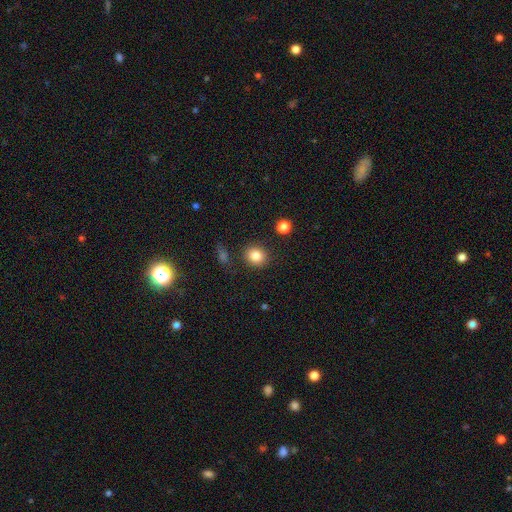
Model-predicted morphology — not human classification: Smooth or featured? smooth (84%)
How rounded? round (81%)
Merging? none (85%)